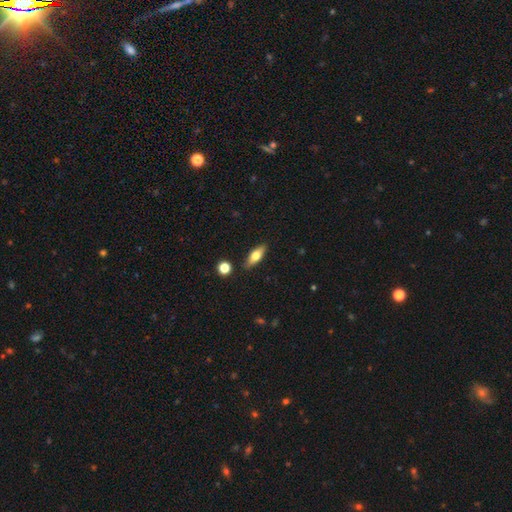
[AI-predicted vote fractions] Overall: smooth (61%; featured or disk 32%). How rounded: in between (63%; cigar-shaped 34%). Merging: none (86%).